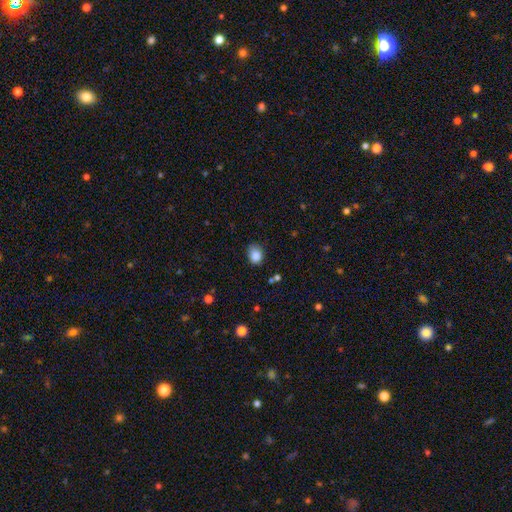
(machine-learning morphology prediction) smooth_or_featured: smooth (p=0.85) [alt: star or artifact p=0.10]
how_rounded: in between (p=0.59) [alt: round p=0.40]
merging: none (p=0.70) [alt: minor disturbance p=0.23]